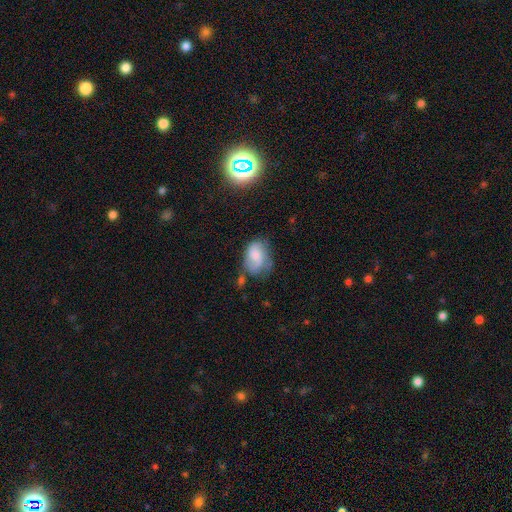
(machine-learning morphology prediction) A smooth galaxy with no disk features (51%) that is in between round and cigar-shaped (77%). Merging: none (45%).